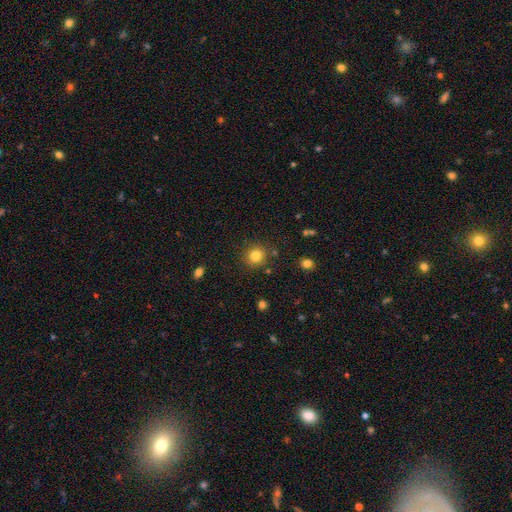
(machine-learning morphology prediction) This appears to be a smooth galaxy with no disk features (82%) that is round (90%). Merging: none (86%).